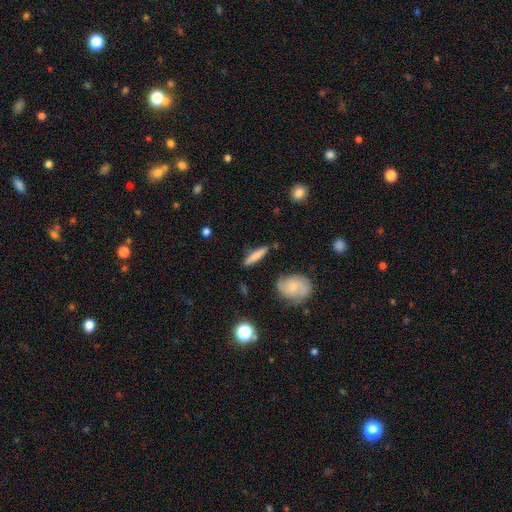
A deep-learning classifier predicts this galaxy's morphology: Smooth or featured?
  - smooth: 66% *
  - featured or disk: 27%
  - star or artifact: 7%
How rounded?
  - cigar-shaped: 79% *
  - in between: 18%
  - round: 2%
Merging?
  - none: 83% *
  - minor disturbance: 11%
  - merger: 4%
  - major disturbance: 3%